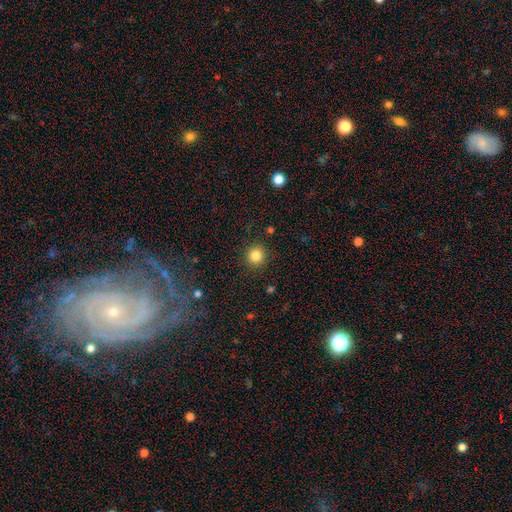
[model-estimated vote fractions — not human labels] smooth_or_featured: smooth (p=0.84) [alt: star or artifact p=0.11]
how_rounded: round (p=0.94) [alt: in between p=0.05]
merging: none (p=0.90) [alt: minor disturbance p=0.06]